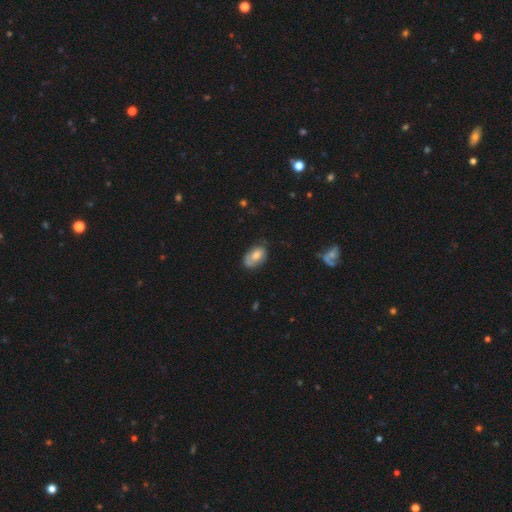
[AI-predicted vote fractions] A smooth galaxy with no disk features (64%) that is in between round and cigar-shaped (87%). Merging: none (51%).